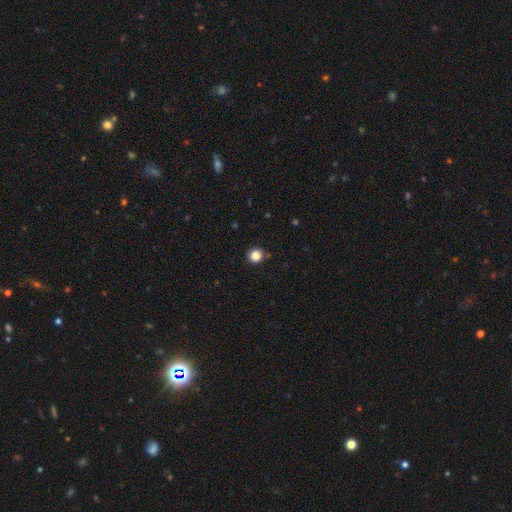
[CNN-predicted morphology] Smooth or featured? smooth (85%)
How rounded? round (93%)
Merging? none (89%)